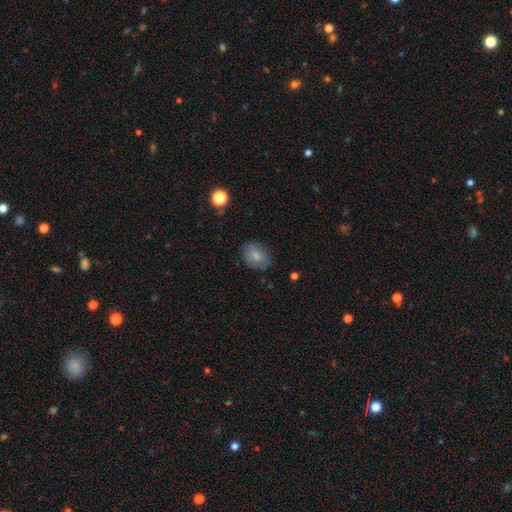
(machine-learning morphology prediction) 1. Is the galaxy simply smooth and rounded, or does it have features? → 77% smooth, 15% featured or disk, 8% star or artifact.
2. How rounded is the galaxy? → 65% in between, 34% round, 1% cigar-shaped.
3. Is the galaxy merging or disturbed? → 78% none, 17% minor disturbance, 4% major disturbance, 1% merger.